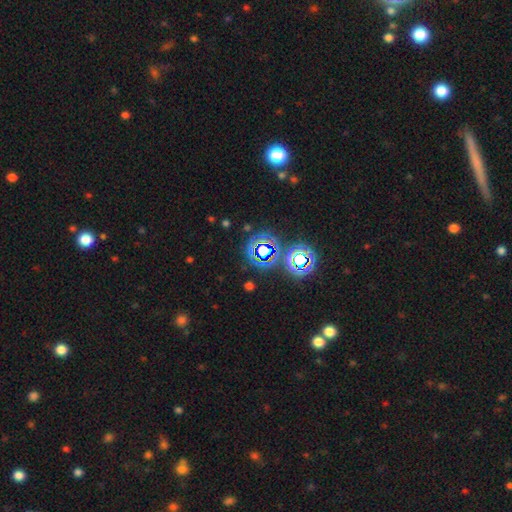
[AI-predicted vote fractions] star or artifact 65%, smooth 27%, featured or disk 8%.